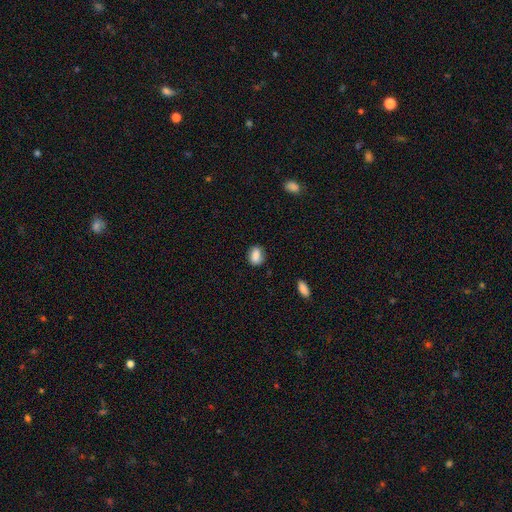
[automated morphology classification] smooth 84%, star or artifact 8%, featured or disk 8%. Down the decision tree: how rounded — in between (66%); merging — none (79%).